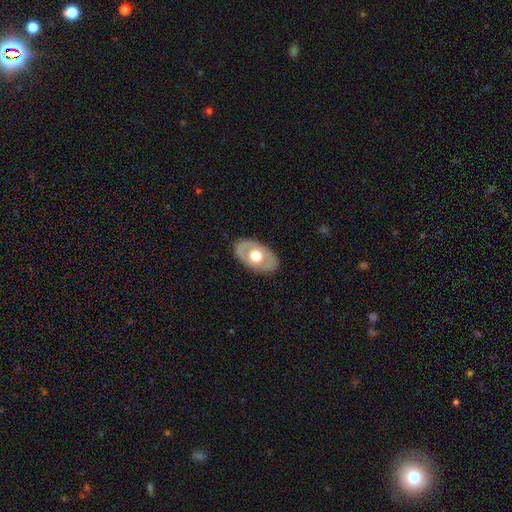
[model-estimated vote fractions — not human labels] Smooth or featured: featured or disk — 51% (smooth — 44%)
Edge-on disk: no — 86% (yes — 14%)
Merging: none — 84% (minor disturbance — 11%)